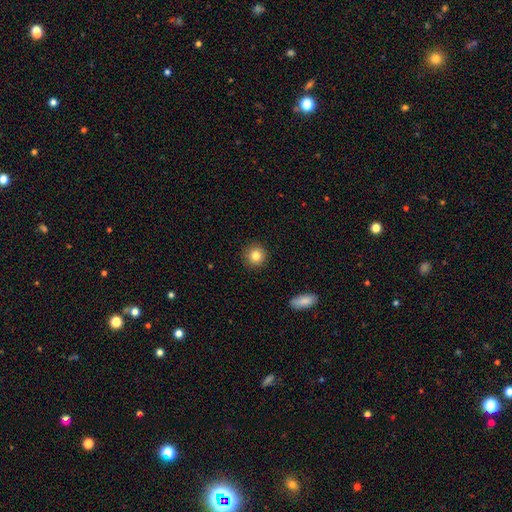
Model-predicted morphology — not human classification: Q: Smooth or featured?
A: smooth (83%); runner-up: star or artifact (10%)
Q: How rounded?
A: round (94%); runner-up: in between (5%)
Q: Merging?
A: none (91%); runner-up: minor disturbance (6%)